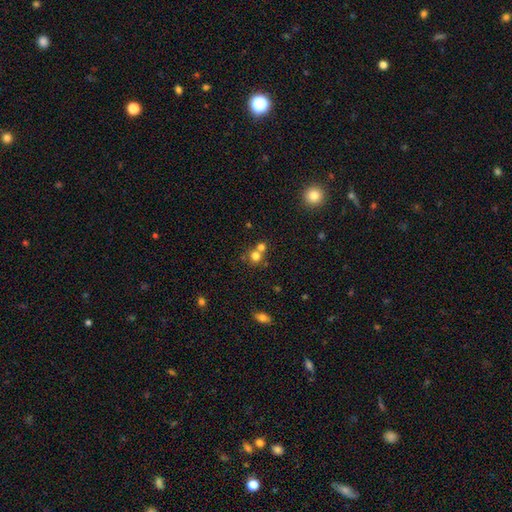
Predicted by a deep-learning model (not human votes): A smooth galaxy with no disk features (75%) that is round (85%). Merging: merger (46%).